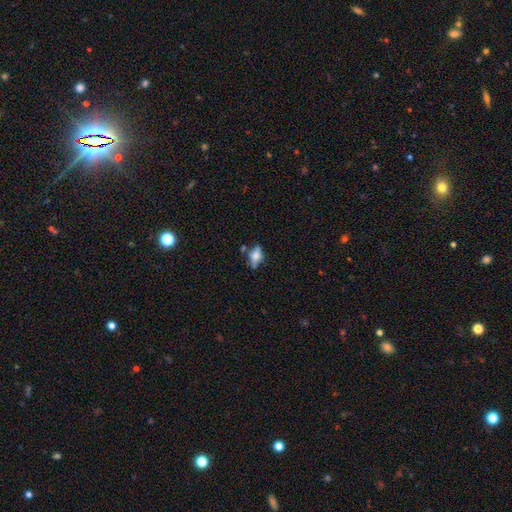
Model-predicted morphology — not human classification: smooth-or-featured: smooth: 55% | featured or disk: 36% | star or artifact: 10%
  how-rounded: in between: 79% | cigar-shaped: 13% | round: 9%
  merging: none: 62% | minor disturbance: 23% | merger: 8% | major disturbance: 7%